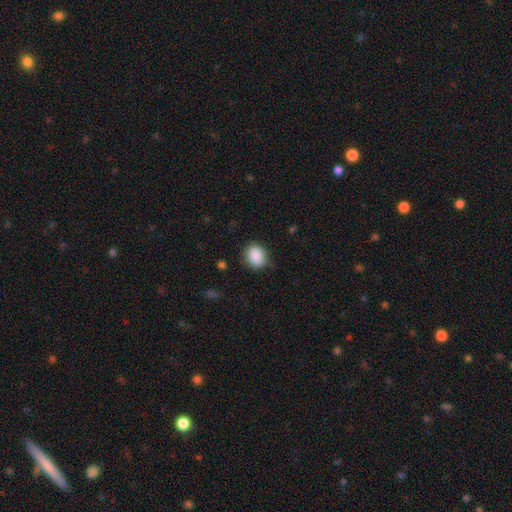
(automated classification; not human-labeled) This is clearly a smooth galaxy (89%). How rounded: possibly round (51%). Merging: clearly none (83%).